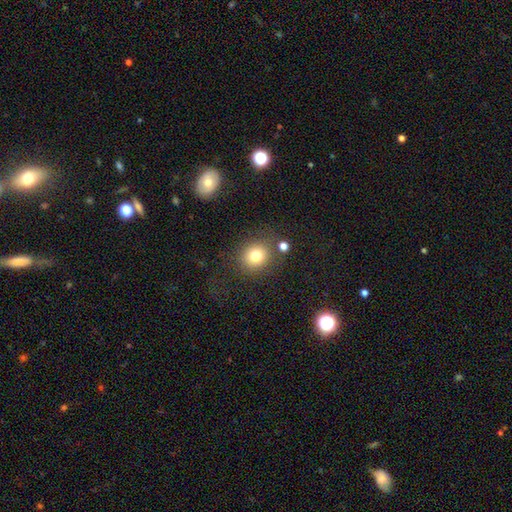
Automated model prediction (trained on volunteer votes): This appears to be a smooth galaxy with no disk features (78%) that is round (82%). Merging: none (75%).